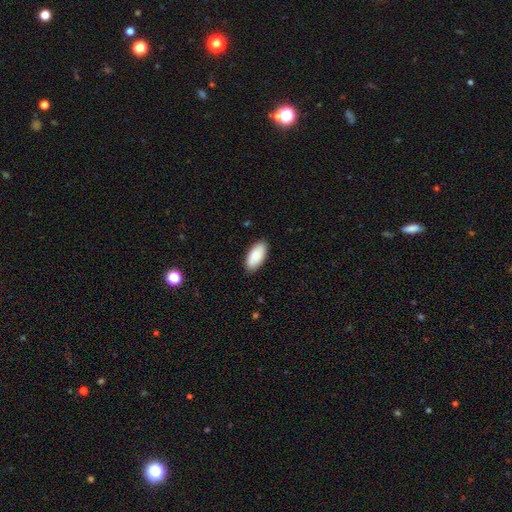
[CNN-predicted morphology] A smooth galaxy with no disk features (89%) that is in between round and cigar-shaped (93%).

Vote fractions:
- Smooth or featured? smooth: 89% / featured or disk: 6% / star or artifact: 5%
- How rounded? in between: 93% / cigar-shaped: 5% / round: 2%
- Merging? none: 87% / minor disturbance: 10% / major disturbance: 2% / merger: 1%